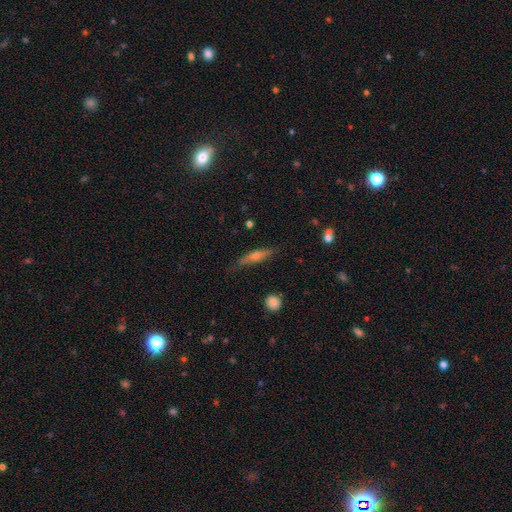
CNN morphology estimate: type=featured or disk (53%); edge-on=yes (93%); merging=none (80%).